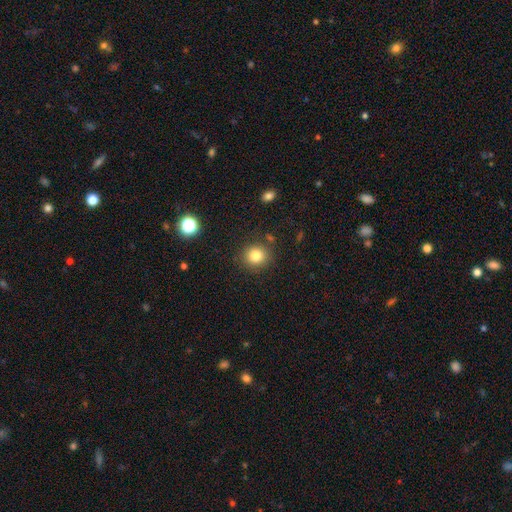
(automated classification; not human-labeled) Smooth or featured?
  - smooth: 81% *
  - star or artifact: 12%
  - featured or disk: 7%
How rounded?
  - round: 86% *
  - in between: 14%
  - cigar-shaped: 1%
Merging?
  - none: 86% *
  - minor disturbance: 8%
  - merger: 3%
  - major disturbance: 3%